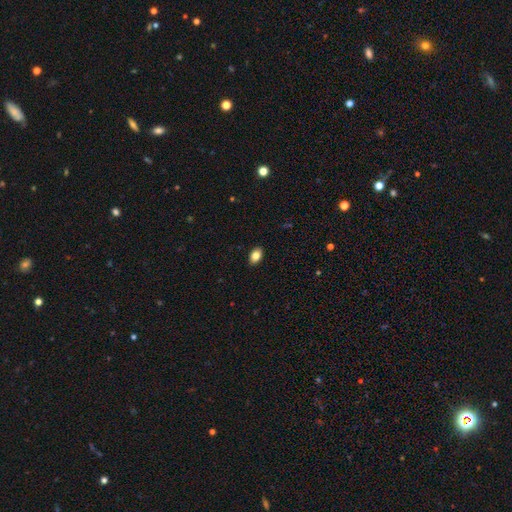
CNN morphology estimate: A smooth galaxy with no disk features (83%) that is in between round and cigar-shaped (88%).

Vote fractions:
- Smooth or featured? smooth: 83% / featured or disk: 8% / star or artifact: 8%
- How rounded? in between: 88% / round: 11% / cigar-shaped: 1%
- Merging? none: 90% / minor disturbance: 8% / major disturbance: 2% / merger: 1%